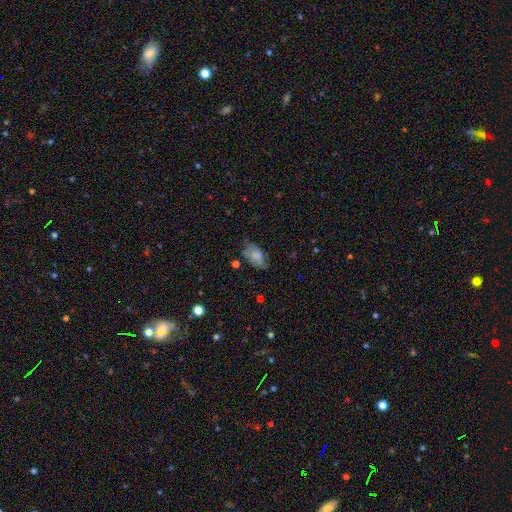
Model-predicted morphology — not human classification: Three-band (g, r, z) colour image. It shows a smooth galaxy with no disk features (71%) that is in between round and cigar-shaped (91%). Merging: none (57%).